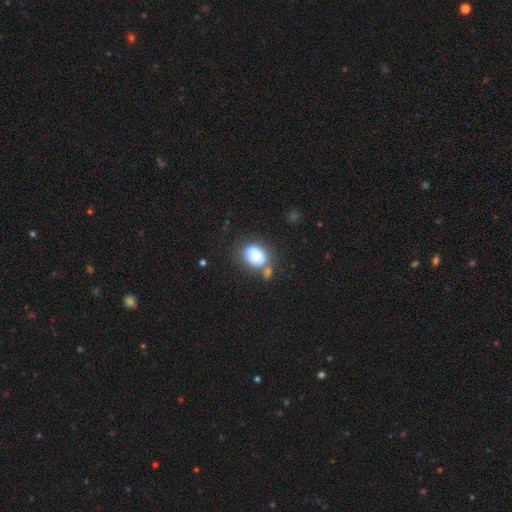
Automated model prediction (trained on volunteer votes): This is likely a smooth galaxy (71%). How rounded: possibly in between (59%). Merging: marginally none (41%).